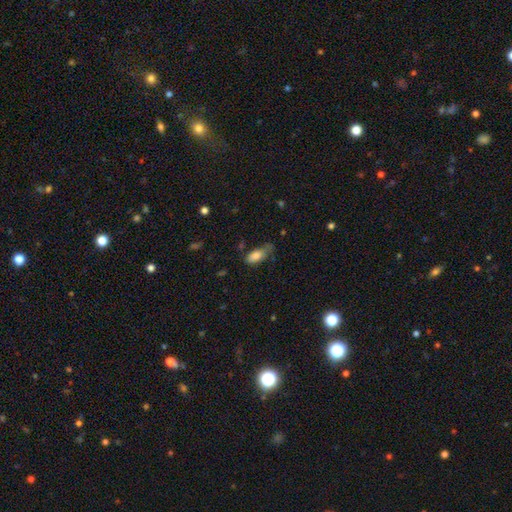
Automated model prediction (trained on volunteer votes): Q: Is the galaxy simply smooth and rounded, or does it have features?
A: smooth — 81%.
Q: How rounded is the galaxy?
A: in between — 87%.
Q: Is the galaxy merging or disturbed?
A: none — 45%.